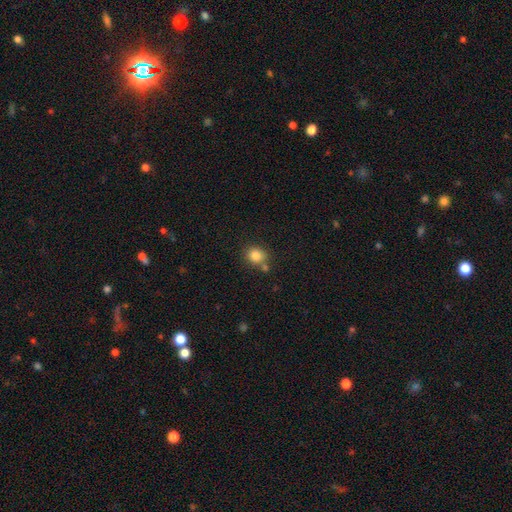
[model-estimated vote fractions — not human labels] Smooth or featured? Predicted: smooth (p=0.84). How rounded? Predicted: round (p=0.74). Merging? Predicted: none (p=0.69).